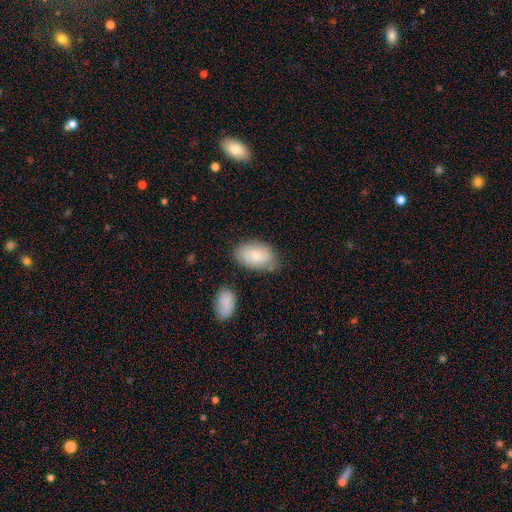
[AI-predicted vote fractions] Morphology: type=smooth (74%); roundness=in between (91%); merging=none (72%).